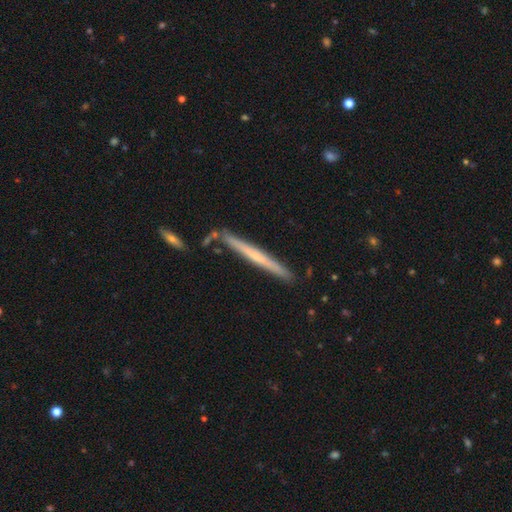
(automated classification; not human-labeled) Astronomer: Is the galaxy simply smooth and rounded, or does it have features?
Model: featured or disk — 52% (runner-up: smooth, 42%).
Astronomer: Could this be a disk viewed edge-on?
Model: yes — 97%.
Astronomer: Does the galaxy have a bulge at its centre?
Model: none — 70%.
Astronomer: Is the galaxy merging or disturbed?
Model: none — 86%.